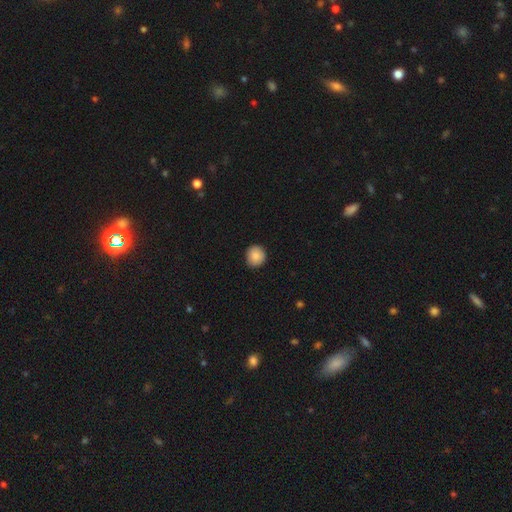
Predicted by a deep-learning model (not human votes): Smooth or featured? smooth (88%)
How rounded? round (91%)
Merging? none (90%)